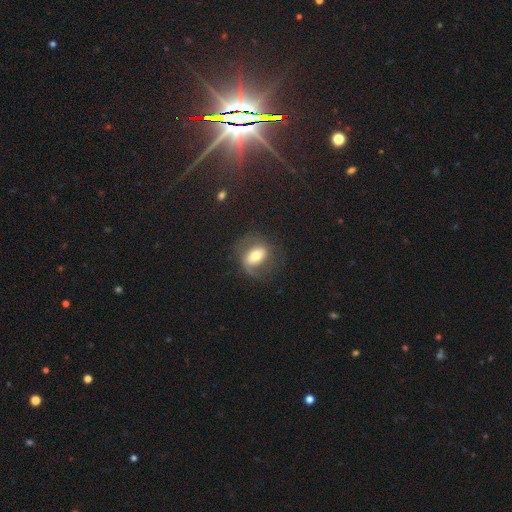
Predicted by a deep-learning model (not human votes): smooth_or_featured: featured or disk (p=0.54) [alt: smooth p=0.37]
disk_edge_on: no (p=0.94) [alt: yes p=0.06]
bar: strong (p=0.35) [tied with: weak p=0.35]
has_spiral_arms: yes (p=0.72) [alt: no p=0.28]
bulge_size: moderate (p=0.62) [alt: large p=0.20]
merging: none (p=0.60) [alt: minor disturbance p=0.20]